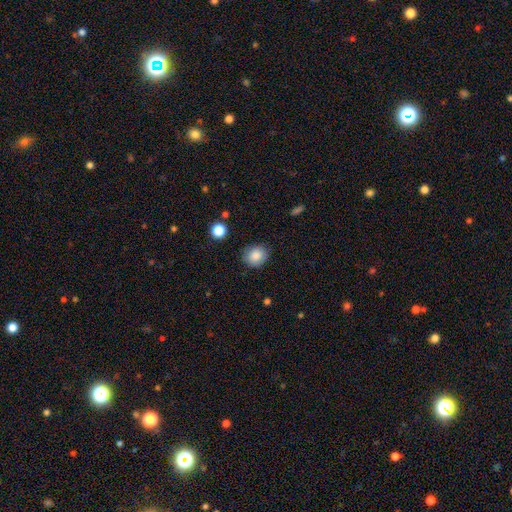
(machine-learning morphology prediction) type=smooth (85%); roundness=round (74%); merging=none (84%).